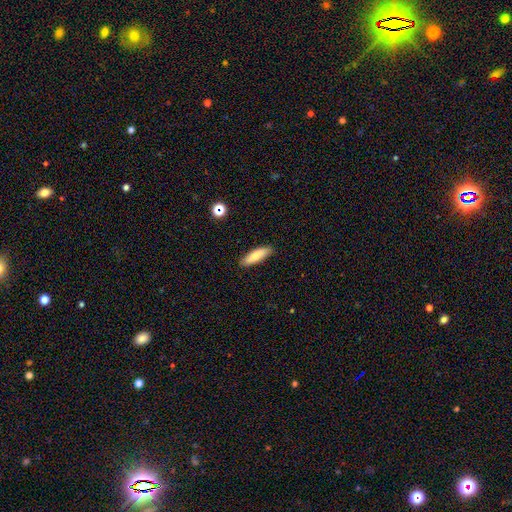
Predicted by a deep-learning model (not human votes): Smooth or featured?
  - smooth: 75% *
  - featured or disk: 17%
  - star or artifact: 7%
How rounded?
  - cigar-shaped: 52% *
  - in between: 46%
  - round: 2%
Merging?
  - none: 87% *
  - minor disturbance: 10%
  - major disturbance: 2%
  - merger: 1%